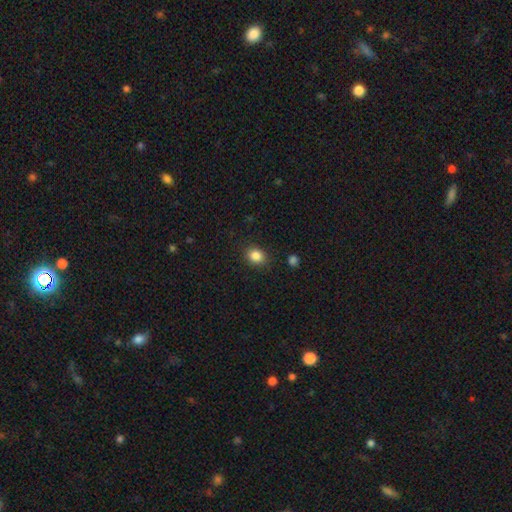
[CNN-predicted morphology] A smooth galaxy with no disk features (85%) that is round (56%).

Vote fractions:
- Smooth or featured? smooth: 85% / star or artifact: 10% / featured or disk: 5%
- How rounded? round: 56% / in between: 43% / cigar-shaped: 1%
- Merging? none: 87% / minor disturbance: 9% / major disturbance: 3% / merger: 1%